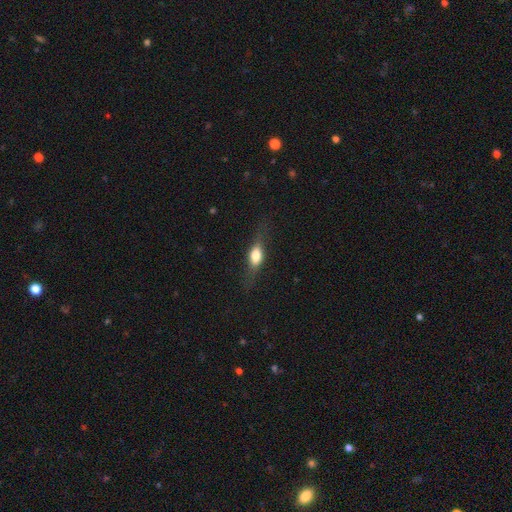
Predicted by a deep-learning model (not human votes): Overall: smooth (54%; featured or disk 38%). How rounded: in between (54%; cigar-shaped 38%). Merging: none (75%).